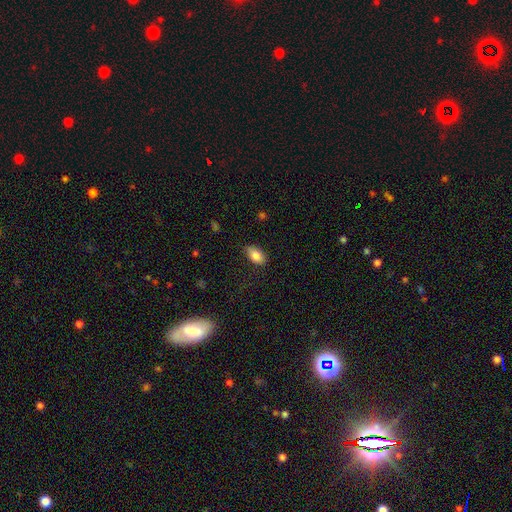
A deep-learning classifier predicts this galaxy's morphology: A smooth galaxy with no disk features (84%) that is in between round and cigar-shaped (91%). Merging: none (77%).